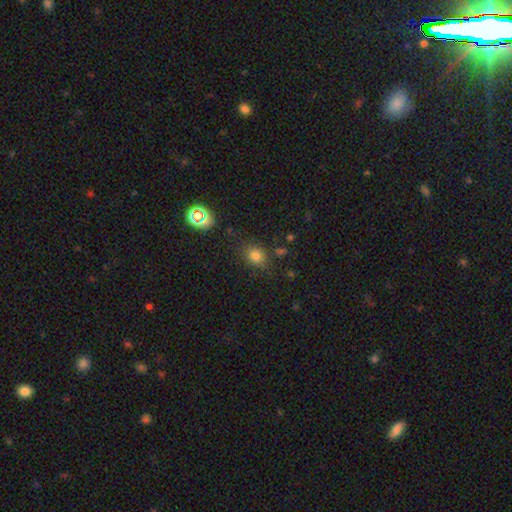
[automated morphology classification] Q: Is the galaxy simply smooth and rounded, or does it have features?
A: smooth — 76%.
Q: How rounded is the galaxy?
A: round — 49%, tied with in between.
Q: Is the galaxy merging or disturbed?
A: none — 76%.